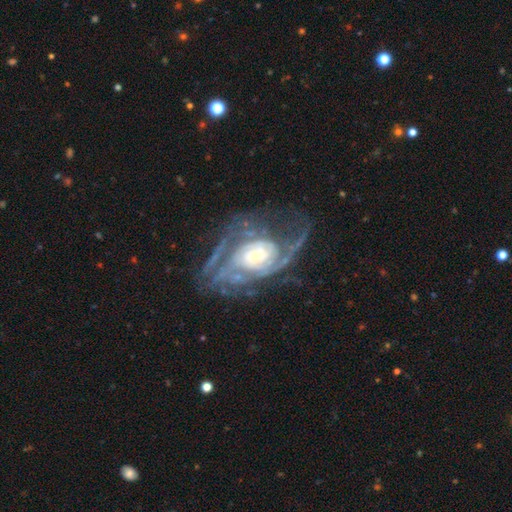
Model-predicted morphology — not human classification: Overall: featured or disk (88%). Edge-on disk: no (96%). Bar: no (63%; weak 27%). Spiral arms: yes (95%). Spiral arm count: 2 (38%; can't tell 25%). Spiral winding: tight (45%; medium 39%). Bulge size: small (58%; moderate 23%). Merging: none (49%; major disturbance 30%).